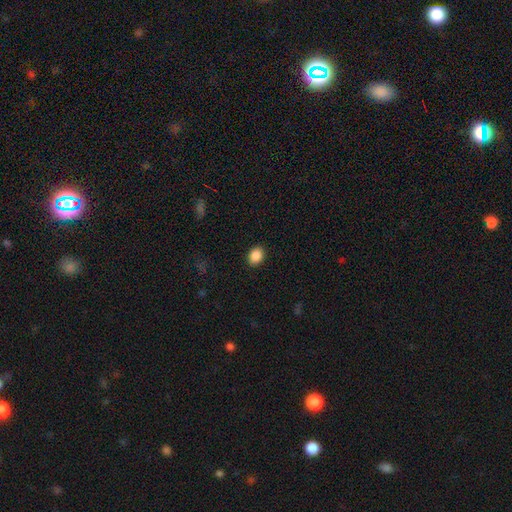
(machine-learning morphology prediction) This is clearly a smooth galaxy (88%). How rounded: possibly in between (57%). Merging: clearly none (89%).